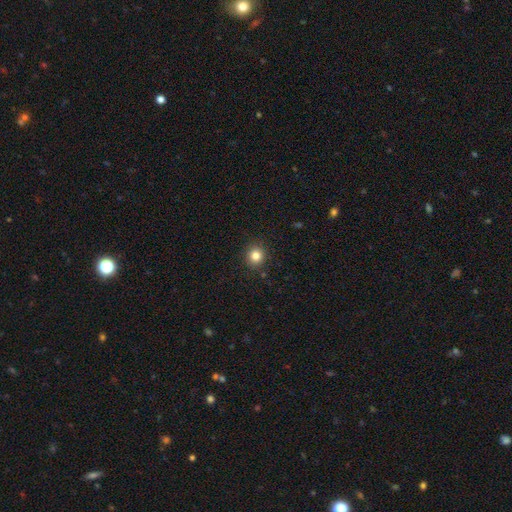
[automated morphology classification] Q: Smooth or featured?
A: smooth (83%); runner-up: star or artifact (12%)
Q: How rounded?
A: round (90%); runner-up: in between (10%)
Q: Merging?
A: none (90%); runner-up: minor disturbance (6%)